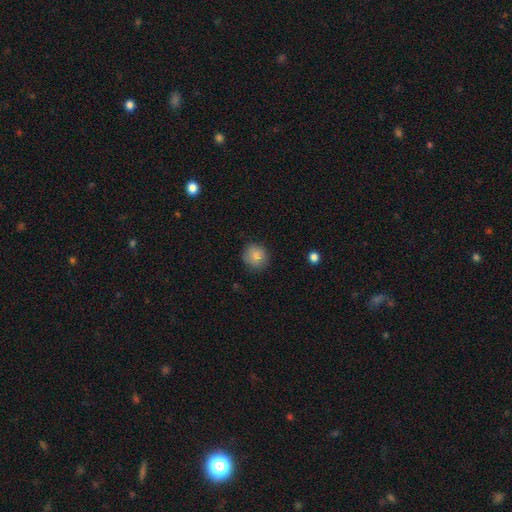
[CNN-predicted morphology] Smooth or featured? smooth (84%)
How rounded? round (85%)
Merging? none (83%)